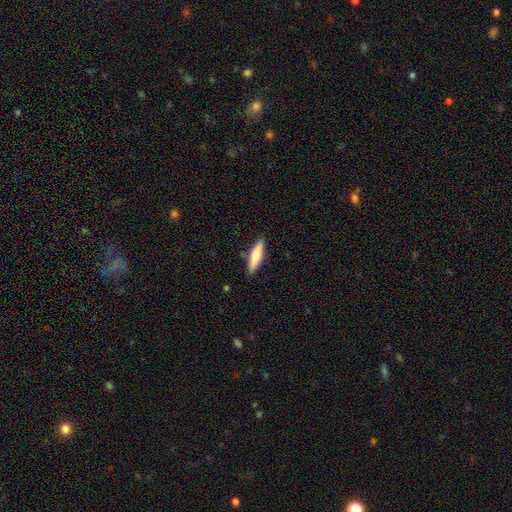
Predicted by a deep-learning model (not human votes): Q: Smooth or featured?
A: smooth (70%); runner-up: featured or disk (25%)
Q: How rounded?
A: cigar-shaped (74%); runner-up: in between (25%)
Q: Merging?
A: none (86%); runner-up: minor disturbance (10%)